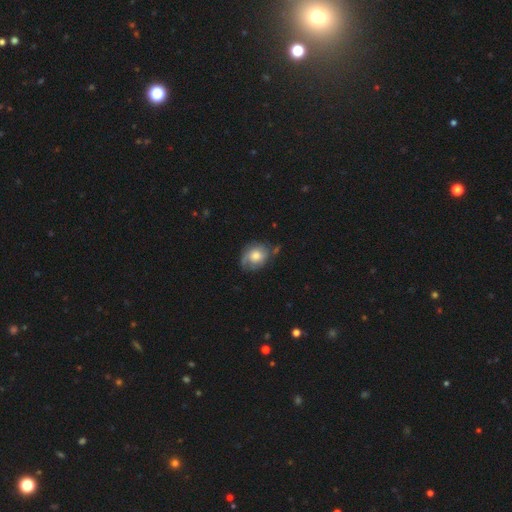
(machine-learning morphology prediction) smooth_or_featured: smooth (p=0.53) [alt: featured or disk p=0.39]
how_rounded: round (p=0.54) [alt: in between p=0.45]
merging: none (p=0.59) [alt: minor disturbance p=0.28]